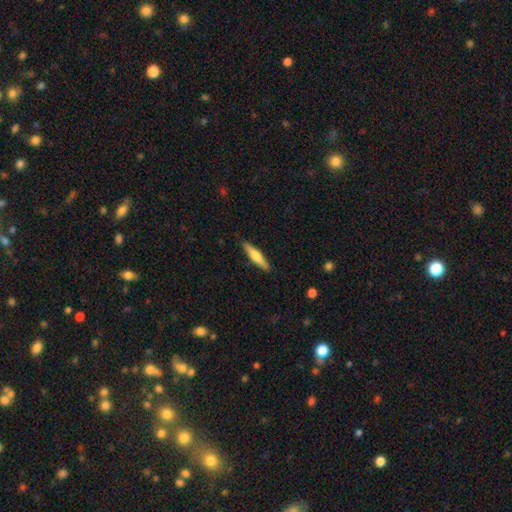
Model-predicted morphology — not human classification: The model was most divided on "smooth or featured": smooth: 59%, featured or disk: 35%, star or artifact: 5%. More confident: merging — none (90%); how rounded — cigar-shaped (85%).